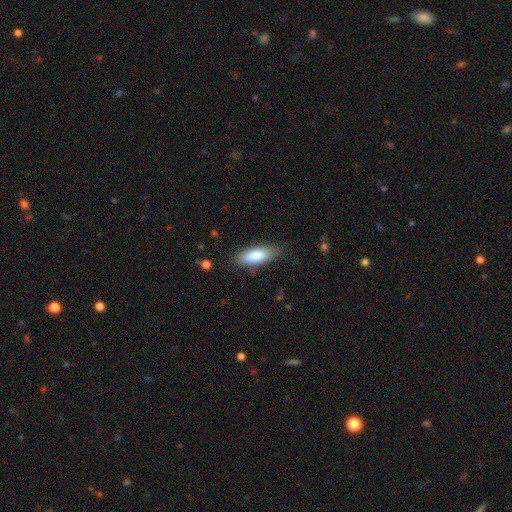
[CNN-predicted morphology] Smooth or featured? Predicted: smooth (p=0.83). How rounded? Predicted: in between (p=0.67). Merging? Predicted: none (p=0.81).